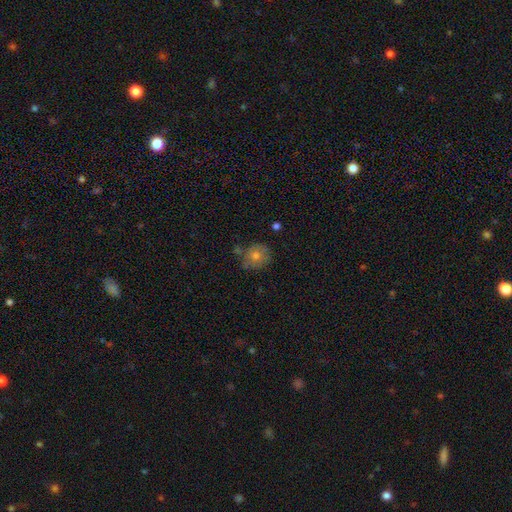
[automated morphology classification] smooth 69%, featured or disk 18%, star or artifact 13%. Down the decision tree: how rounded — round (80%); merging — none (72%).